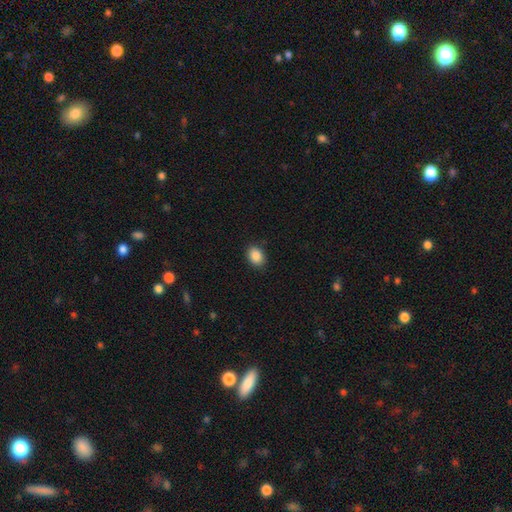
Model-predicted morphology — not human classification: A smooth galaxy with no disk features (88%) that is in between round and cigar-shaped (70%). Merging: none (88%).